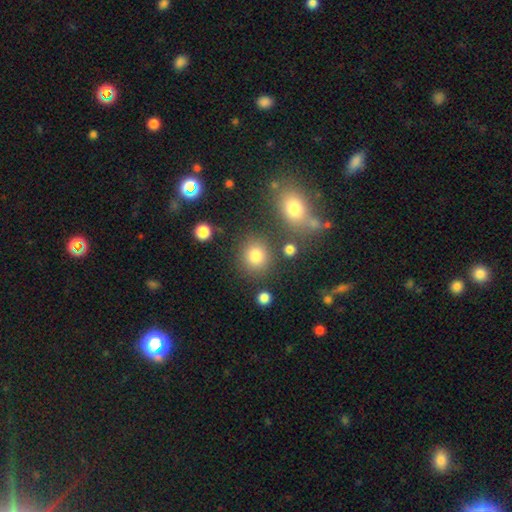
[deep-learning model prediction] Smooth or featured: smooth — 80% (star or artifact — 14%)
How rounded: round — 84% (in between — 15%)
Merging: none — 80% (minor disturbance — 9%)